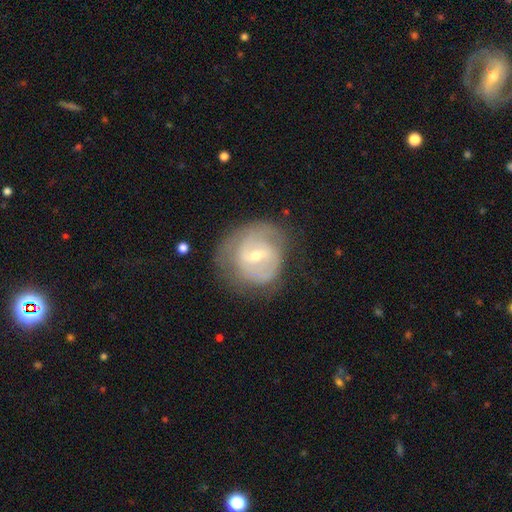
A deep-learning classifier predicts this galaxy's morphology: Overall: featured or disk (74%). Edge-on disk: no (97%). Bar: weak (52%; no 30%). Spiral arms: yes (82%). Spiral arm count: 2 (48%; can't tell 32%). Spiral winding: tight (51%; medium 35%). Bulge size: small (57%; moderate 40%). Merging: none (63%; minor disturbance 23%).